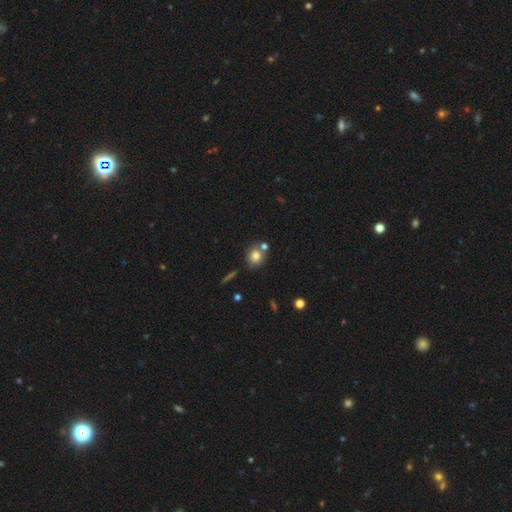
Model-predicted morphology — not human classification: smooth_or_featured: smooth (p=0.79) [alt: star or artifact p=0.11]
how_rounded: round (p=0.77) [alt: in between p=0.22]
merging: none (p=0.64) [alt: merger p=0.20]